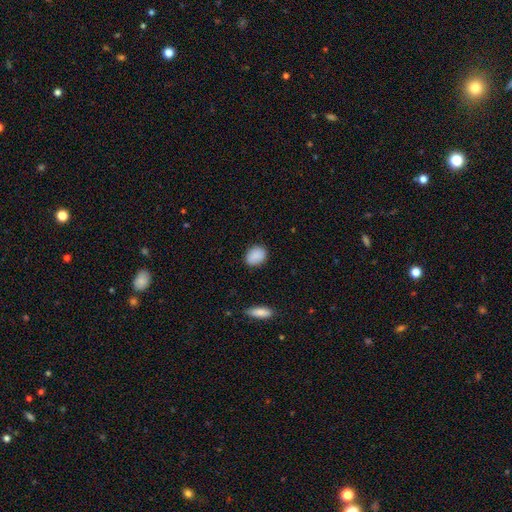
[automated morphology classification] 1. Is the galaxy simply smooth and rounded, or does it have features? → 89% smooth, 7% star or artifact, 4% featured or disk.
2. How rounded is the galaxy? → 58% in between, 41% round, 1% cigar-shaped.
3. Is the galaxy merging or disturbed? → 85% none, 11% minor disturbance, 2% major disturbance, 1% merger.